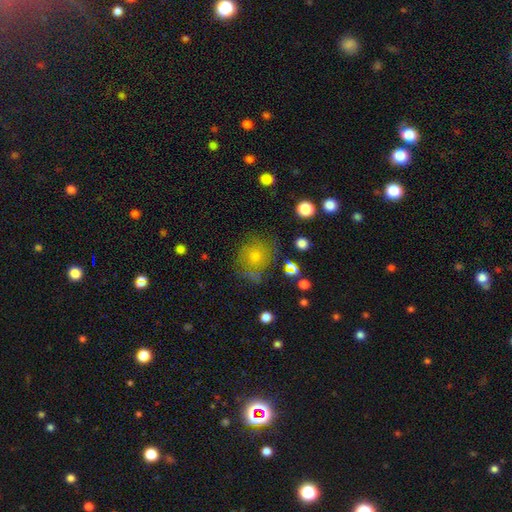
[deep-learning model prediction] smooth_or_featured: smooth (p=0.59) [alt: featured or disk p=0.24]
how_rounded: round (p=0.77) [alt: in between p=0.22]
merging: none (p=0.64) [alt: minor disturbance p=0.20]